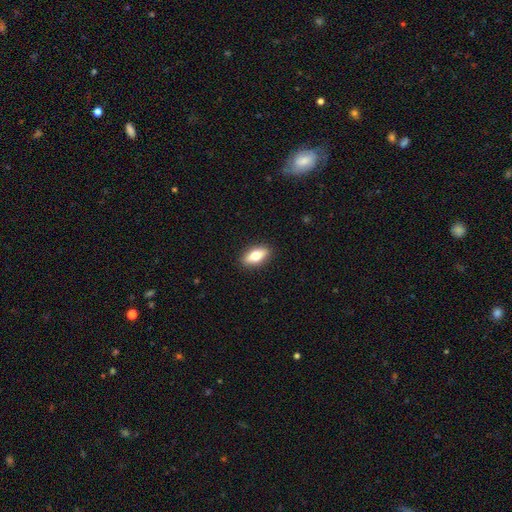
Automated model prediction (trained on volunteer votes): A smooth galaxy with no disk features (67%) that is in between round and cigar-shaped (80%). Merging: none (89%).